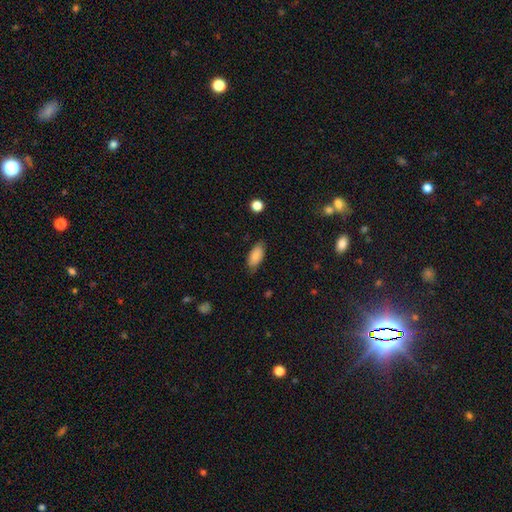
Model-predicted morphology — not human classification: Overall: smooth (83%). How rounded: in between (90%). Merging: none (77%).